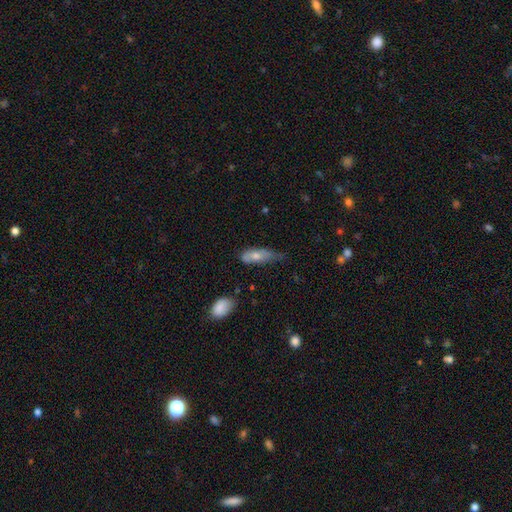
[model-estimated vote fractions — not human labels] Smooth or featured? smooth (67%)
How rounded? in between (67%)
Merging? minor disturbance (45%)